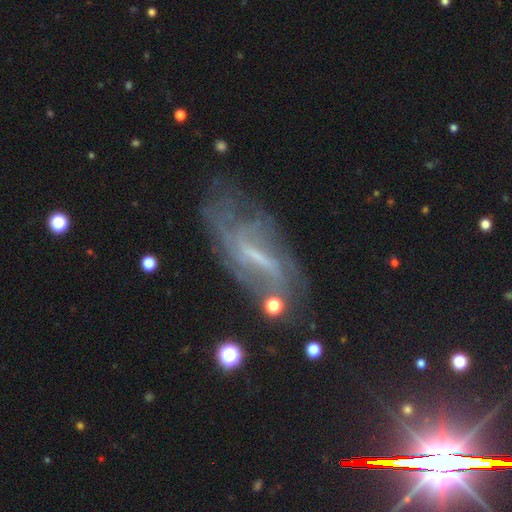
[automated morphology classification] A featured or disk galaxy (69%) with a weak bar (43%), spiral arms (72%) and a small central bulge (39%). Merging: none (52%).